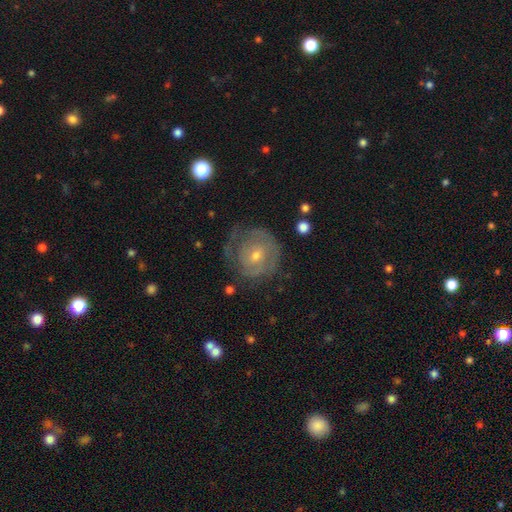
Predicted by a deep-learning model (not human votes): A featured or disk galaxy (68%) with no bar (70%), spiral arms (75%) and a small central bulge (55%).

Vote fractions:
- Smooth or featured? featured or disk: 68% / smooth: 24% / star or artifact: 8%
- Edge-on disk? no: 97% / yes: 3%
- Bar? no: 70% / weak: 25% / strong: 5%
- Spiral arms? yes: 75% / no: 25%
- Bulge size? small: 55% / moderate: 41% / large: 2% / none: 1% / dominant: 1%
- Merging? none: 64% / minor disturbance: 21% / major disturbance: 14% / merger: 2%